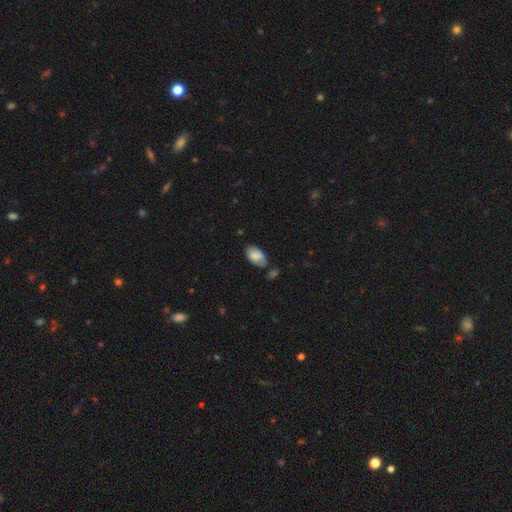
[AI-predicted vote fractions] A smooth galaxy with no disk features (79%) that is in between round and cigar-shaped (95%). Merging: none (66%).